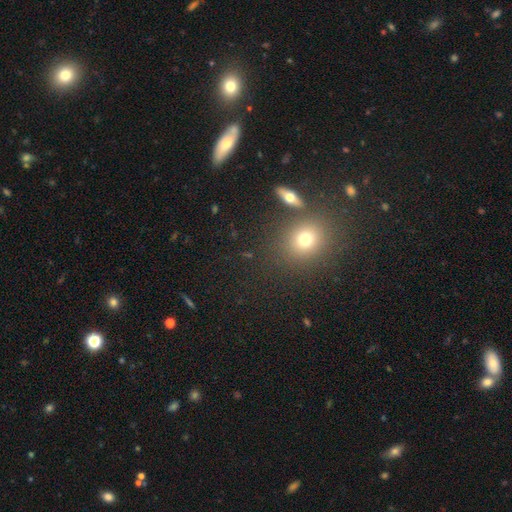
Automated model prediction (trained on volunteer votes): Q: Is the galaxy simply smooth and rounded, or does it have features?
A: smooth — 57%.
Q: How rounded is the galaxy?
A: round — 74%.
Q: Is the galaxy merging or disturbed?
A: none — 84%.